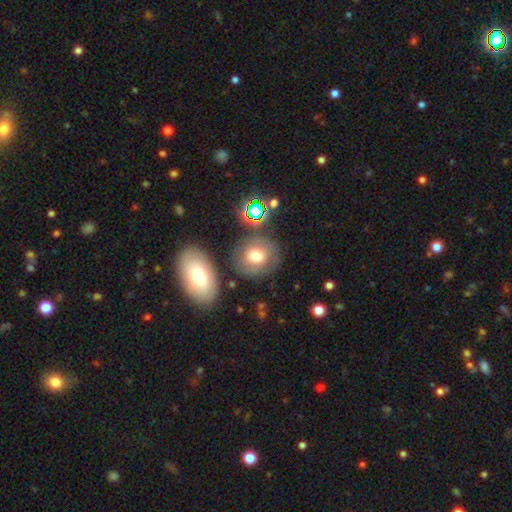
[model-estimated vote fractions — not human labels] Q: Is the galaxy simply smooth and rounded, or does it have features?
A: smooth — 61%.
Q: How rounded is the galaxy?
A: round — 75%.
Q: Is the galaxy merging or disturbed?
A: none — 74%.